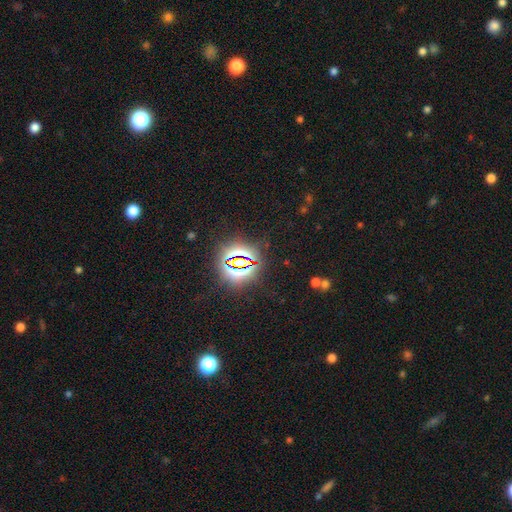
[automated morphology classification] This is clearly a star or artifact rather than a galaxy (83%).